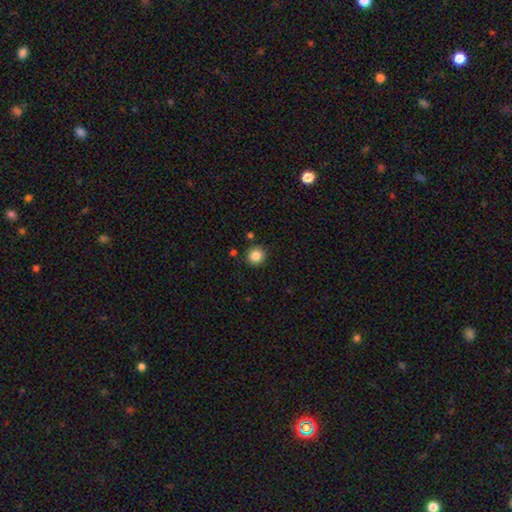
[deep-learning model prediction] Smooth or featured? Predicted: smooth (p=0.86). How rounded? Predicted: round (p=0.90). Merging? Predicted: none (p=0.88).